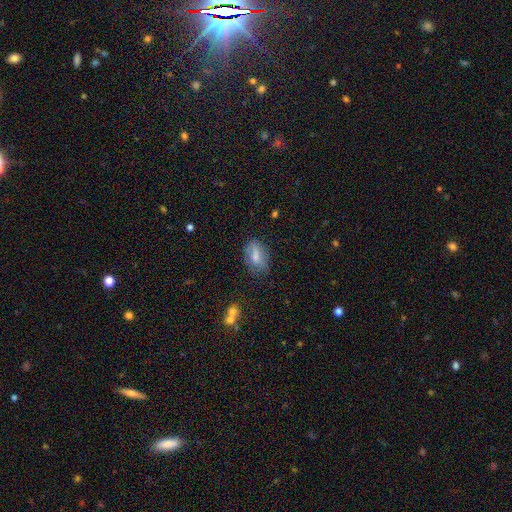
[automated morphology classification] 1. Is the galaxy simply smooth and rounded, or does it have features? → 67% smooth, 25% featured or disk, 9% star or artifact.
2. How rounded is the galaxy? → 87% in between, 10% round, 3% cigar-shaped.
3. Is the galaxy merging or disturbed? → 64% none, 25% minor disturbance, 8% major disturbance, 3% merger.